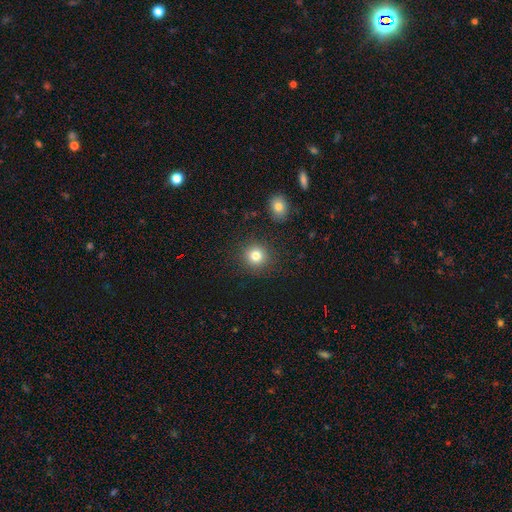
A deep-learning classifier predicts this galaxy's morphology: smooth-or-featured: smooth: 80% | star or artifact: 13% | featured or disk: 7%
  how-rounded: round: 92% | in between: 7% | cigar-shaped: 1%
  merging: none: 89% | minor disturbance: 6% | major disturbance: 2% | merger: 2%